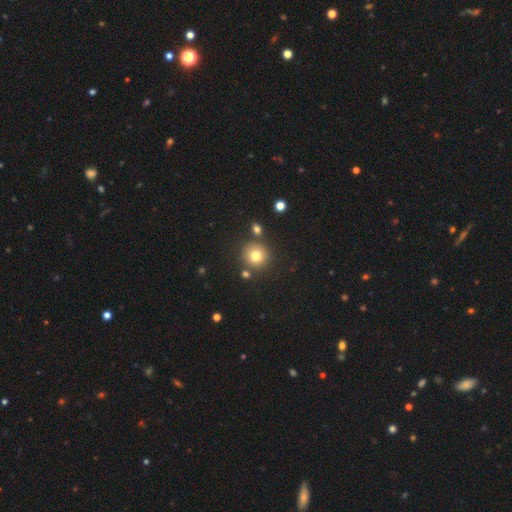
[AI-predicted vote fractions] Smooth or featured? Predicted: smooth (p=0.77). How rounded? Predicted: round (p=0.93). Merging? Predicted: none (p=0.81).